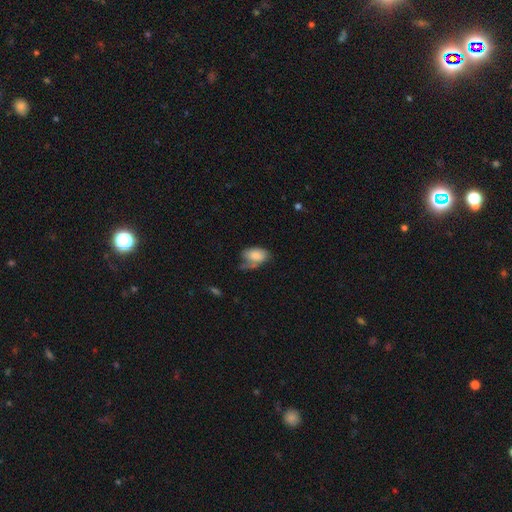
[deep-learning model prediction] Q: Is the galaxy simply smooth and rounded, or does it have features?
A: smooth — 79%.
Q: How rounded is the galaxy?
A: in between — 92%.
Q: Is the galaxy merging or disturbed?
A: none — 37%.